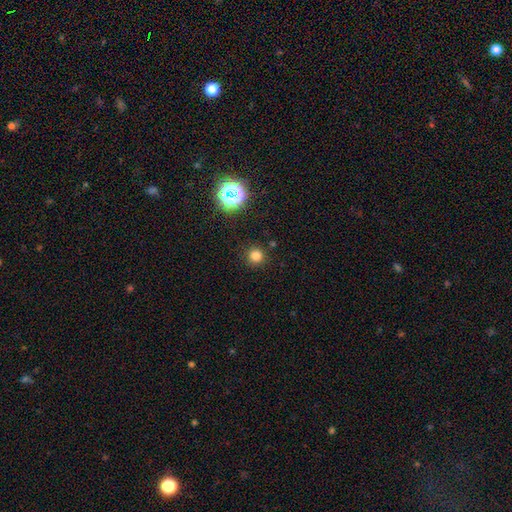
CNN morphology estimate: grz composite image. It shows a smooth galaxy with no disk features (78%) that is round (95%). Merging: none (89%).